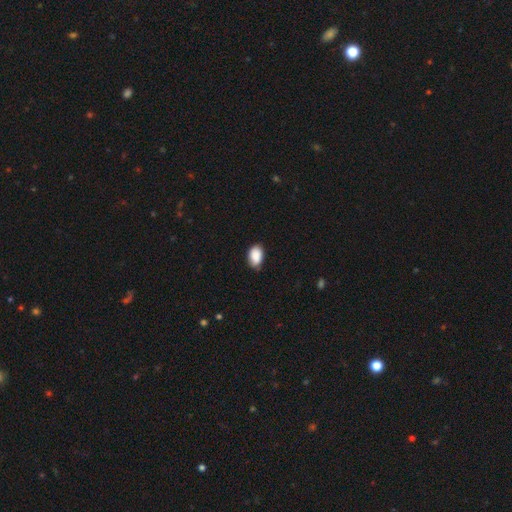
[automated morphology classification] type=smooth (89%); roundness=in between (88%); merging=none (75%).